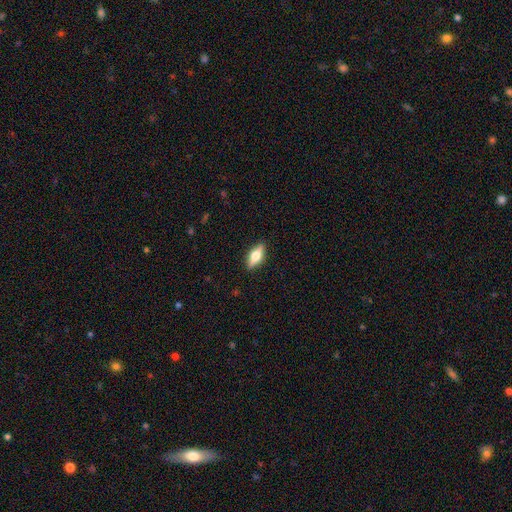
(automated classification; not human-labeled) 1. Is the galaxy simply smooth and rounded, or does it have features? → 50% smooth, 43% featured or disk, 7% star or artifact.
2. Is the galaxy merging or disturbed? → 88% none, 9% minor disturbance, 2% major disturbance, 1% merger.